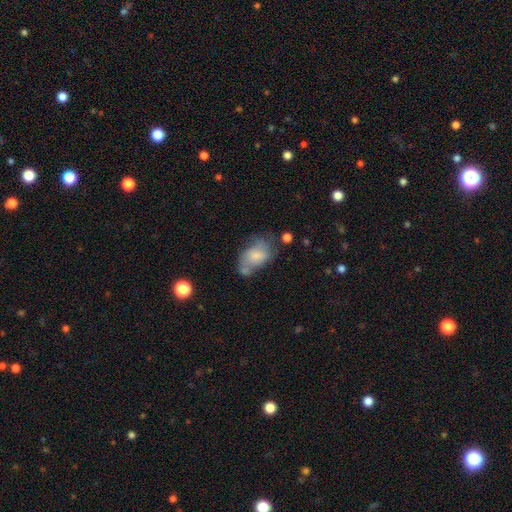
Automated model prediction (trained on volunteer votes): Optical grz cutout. It shows a smooth galaxy with no disk features (65%) that is in between round and cigar-shaped (85%). Merging: none (34%).